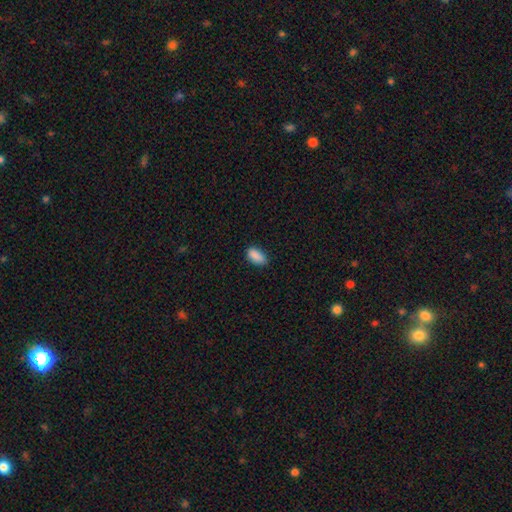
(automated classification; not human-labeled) A smooth galaxy with no disk features (88%) that is in between round and cigar-shaped (90%).

Vote fractions:
- Smooth or featured? smooth: 88% / star or artifact: 8% / featured or disk: 4%
- How rounded? in between: 90% / cigar-shaped: 7% / round: 4%
- Merging? none: 79% / minor disturbance: 17% / major disturbance: 3% / merger: 1%